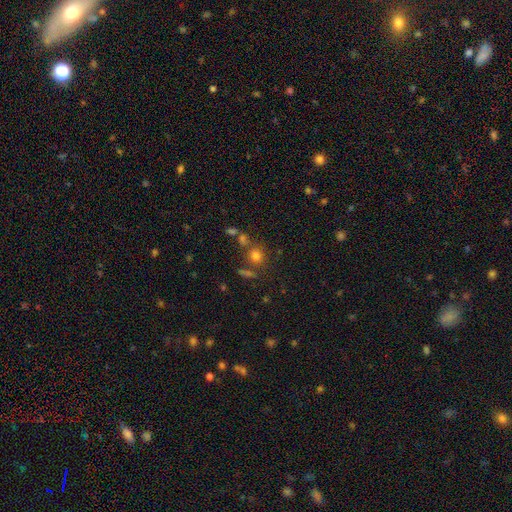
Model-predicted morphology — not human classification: This is likely a smooth galaxy (74%). How rounded: clearly round (83%). Merging: likely none (68%).